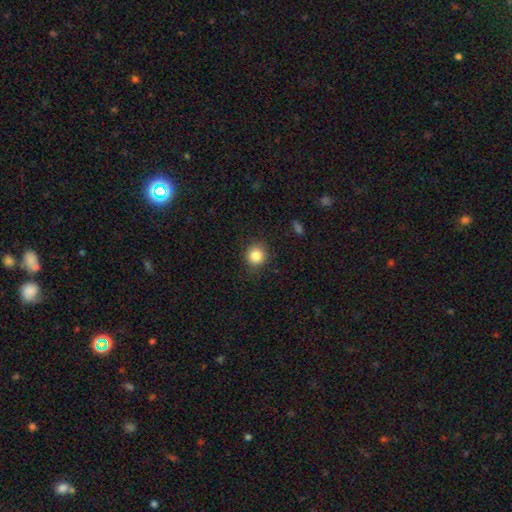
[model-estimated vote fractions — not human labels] smooth 84%, star or artifact 11%, featured or disk 5%. Down the decision tree: how rounded — round (88%); merging — none (87%).